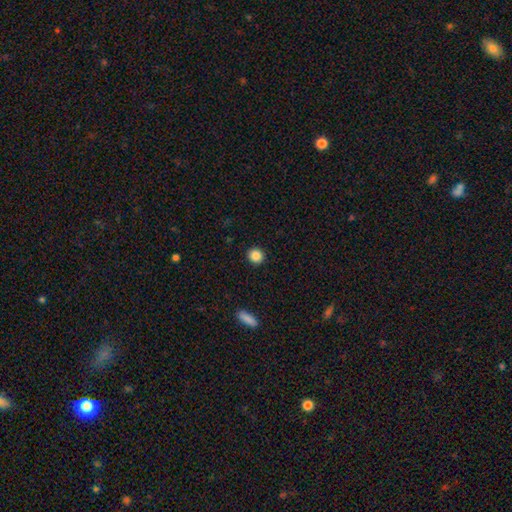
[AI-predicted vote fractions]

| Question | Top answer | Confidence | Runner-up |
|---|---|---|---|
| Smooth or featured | smooth | 87% | star or artifact (10%) |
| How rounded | round | 90% | in between (9%) |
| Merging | none | 92% | minor disturbance (5%) |